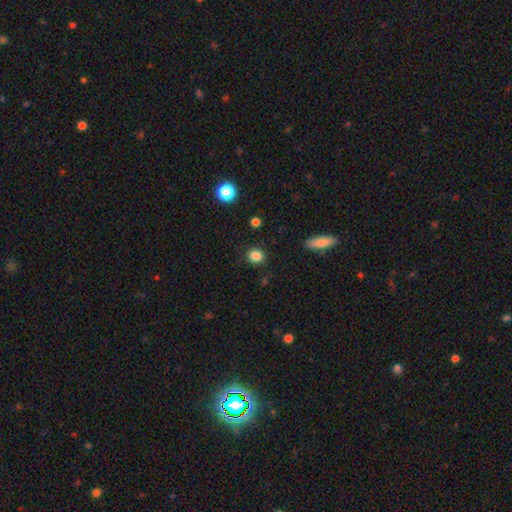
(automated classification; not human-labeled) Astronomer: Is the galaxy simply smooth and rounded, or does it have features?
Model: smooth — 85%.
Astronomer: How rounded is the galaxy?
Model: round — 75%.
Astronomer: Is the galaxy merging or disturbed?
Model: none — 86%.